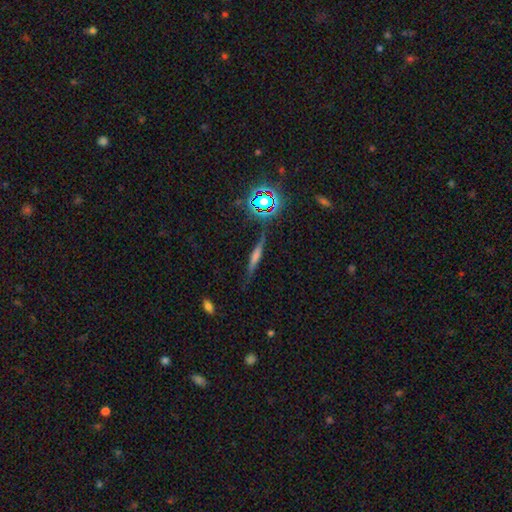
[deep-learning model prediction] featured or disk 46%, smooth 33%, star or artifact 21%. Down the decision tree: merging — none (81%).